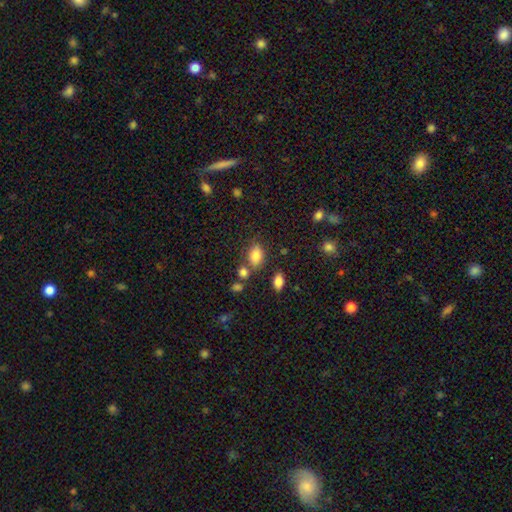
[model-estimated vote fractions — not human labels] Overall: smooth (82%). How rounded: in between (86%). Merging: none (67%).